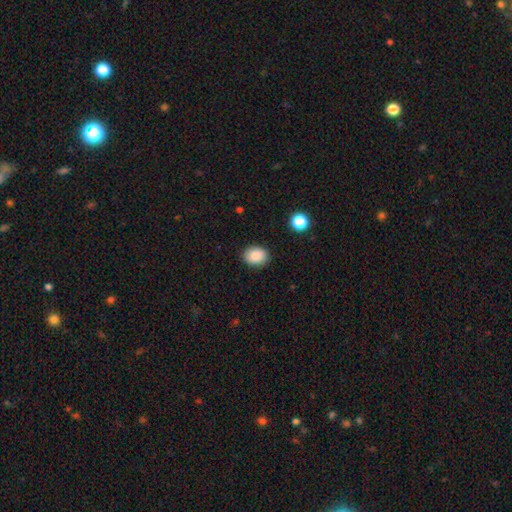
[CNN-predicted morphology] A smooth galaxy with no disk features (87%) that is in between round and cigar-shaped (61%).

Vote fractions:
- Smooth or featured? smooth: 87% / star or artifact: 8% / featured or disk: 4%
- How rounded? in between: 61% / round: 38% / cigar-shaped: 1%
- Merging? none: 87% / minor disturbance: 9% / major disturbance: 2% / merger: 1%